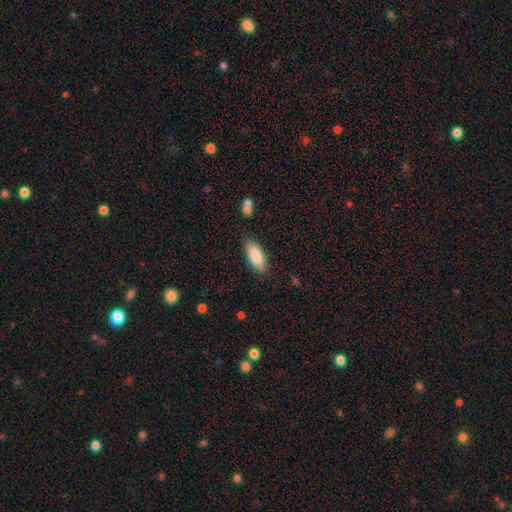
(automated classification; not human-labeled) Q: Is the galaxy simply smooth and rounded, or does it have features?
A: smooth — 85%.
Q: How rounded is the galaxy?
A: in between — 81%.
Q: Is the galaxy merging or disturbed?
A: none — 84%.